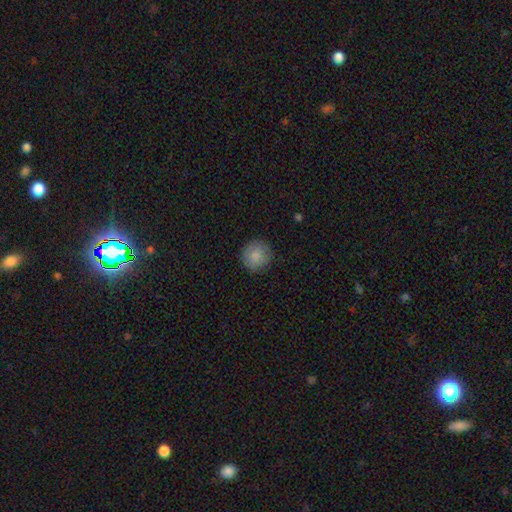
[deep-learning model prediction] This is clearly a smooth galaxy (86%). How rounded: clearly round (93%). Merging: clearly none (88%).